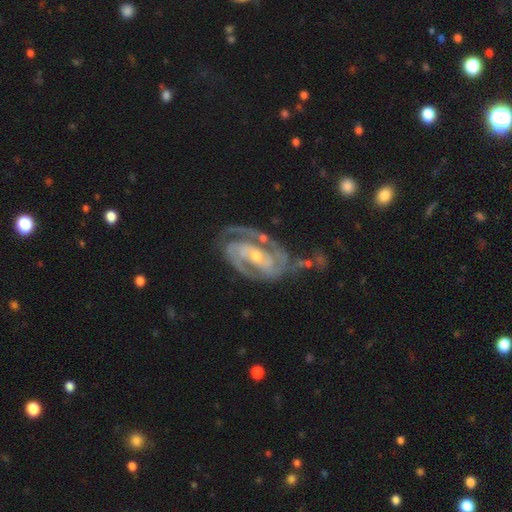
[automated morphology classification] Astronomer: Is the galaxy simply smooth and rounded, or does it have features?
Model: featured or disk — 91%.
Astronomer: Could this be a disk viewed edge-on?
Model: no — 97%.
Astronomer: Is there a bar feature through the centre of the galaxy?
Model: weak — 38% (runner-up: no, 34%).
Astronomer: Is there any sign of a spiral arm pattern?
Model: yes — 98%.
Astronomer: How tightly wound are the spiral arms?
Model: tight — 62%.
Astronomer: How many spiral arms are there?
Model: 2 — 64%.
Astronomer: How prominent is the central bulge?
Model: small — 61%.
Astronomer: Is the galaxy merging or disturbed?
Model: none — 57%.